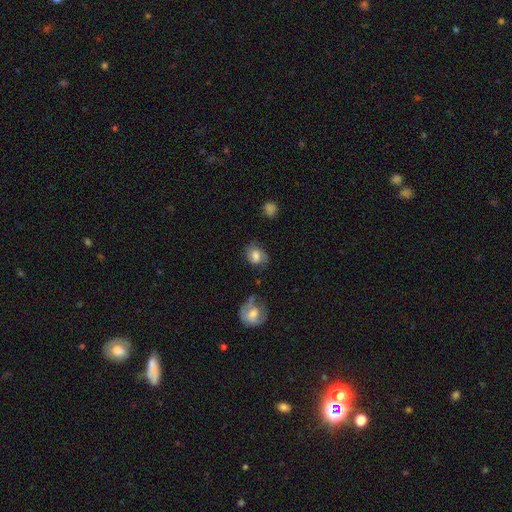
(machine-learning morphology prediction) A smooth galaxy with no disk features (53%) that is round (53%).

Vote fractions:
- Smooth or featured? smooth: 53% / featured or disk: 38% / star or artifact: 9%
- How rounded? round: 53% / in between: 46% / cigar-shaped: 1%
- Merging? none: 59% / minor disturbance: 25% / major disturbance: 12% / merger: 4%